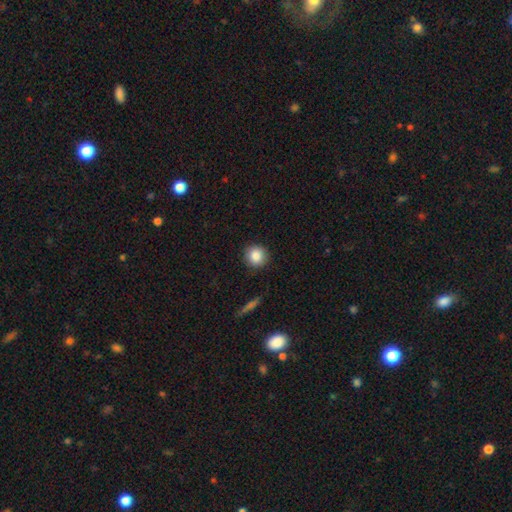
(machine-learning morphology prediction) Smooth or featured? Predicted: smooth (p=0.86). How rounded? Predicted: round (p=0.92). Merging? Predicted: none (p=0.90).